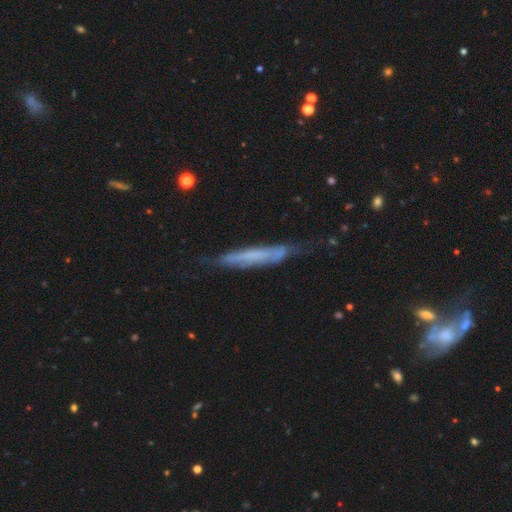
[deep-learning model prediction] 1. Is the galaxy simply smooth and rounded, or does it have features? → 50% featured or disk, 41% smooth, 9% star or artifact.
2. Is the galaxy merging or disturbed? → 56% none, 30% minor disturbance, 11% major disturbance, 3% merger.